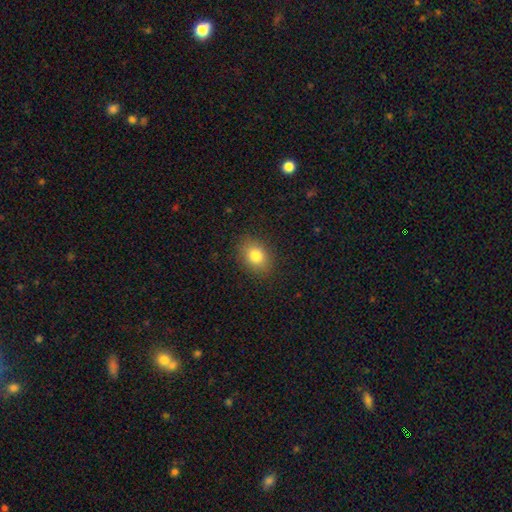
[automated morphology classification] A smooth galaxy with no disk features (81%) that is in between round and cigar-shaped (64%).

Vote fractions:
- Smooth or featured? smooth: 81% / star or artifact: 10% / featured or disk: 9%
- How rounded? in between: 64% / round: 35% / cigar-shaped: 1%
- Merging? none: 87% / minor disturbance: 9% / major disturbance: 3% / merger: 1%